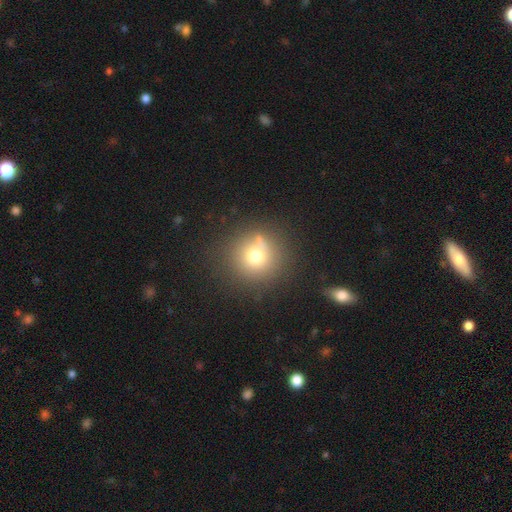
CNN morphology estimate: smooth-or-featured: smooth: 69% | star or artifact: 16% | featured or disk: 14%
  how-rounded: round: 93% | in between: 6% | cigar-shaped: 1%
  merging: none: 74% | minor disturbance: 12% | merger: 9% | major disturbance: 5%